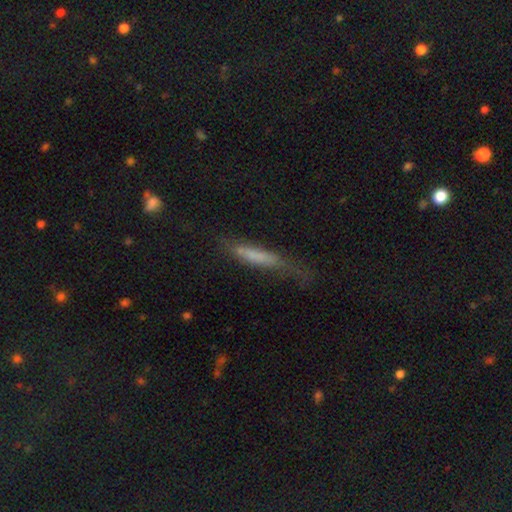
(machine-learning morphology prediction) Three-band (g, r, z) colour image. It shows a smooth galaxy with no disk features (60%) that is cigar-shaped (87%). Merging: none (44%).